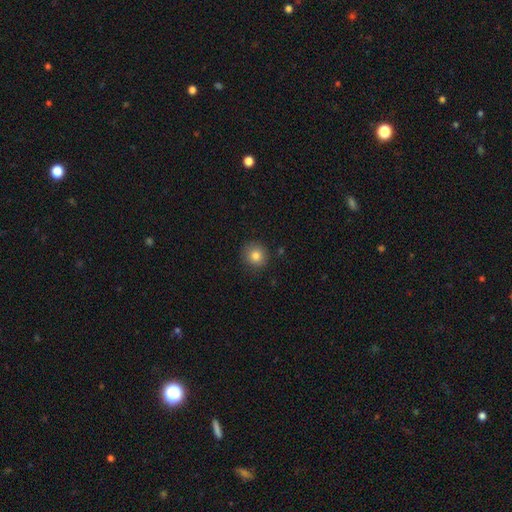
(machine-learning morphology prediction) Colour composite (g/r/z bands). It shows a smooth galaxy with no disk features (82%) that is round (91%). Merging: none (87%).